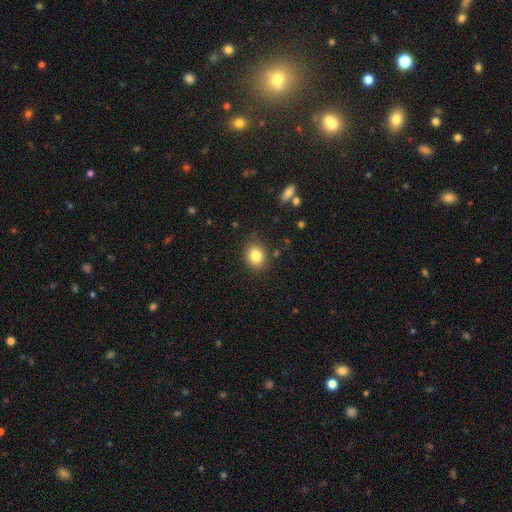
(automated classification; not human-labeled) A smooth galaxy with no disk features (83%) that is round (63%). Merging: none (85%).